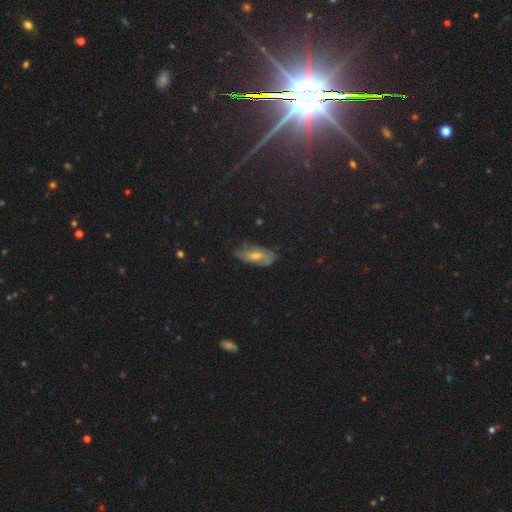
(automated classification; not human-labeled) featured or disk 45%, smooth 31%, star or artifact 25%. Down the decision tree: merging — none (69%).